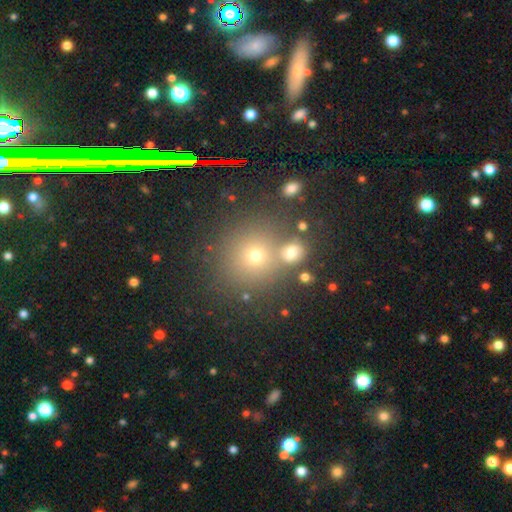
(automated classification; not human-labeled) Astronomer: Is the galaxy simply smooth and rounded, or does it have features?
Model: smooth — 64%.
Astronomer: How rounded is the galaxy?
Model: round — 86%.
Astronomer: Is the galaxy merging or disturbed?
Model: none — 67%.